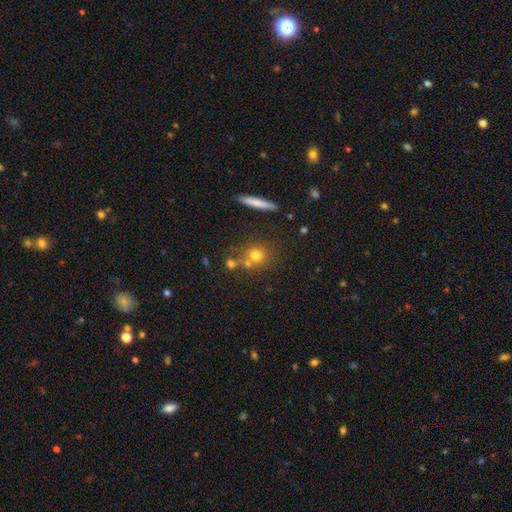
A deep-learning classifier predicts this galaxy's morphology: Smooth or featured: smooth — 69% (featured or disk — 16%)
How rounded: round — 81% (in between — 14%)
Merging: none — 60% (merger — 26%)